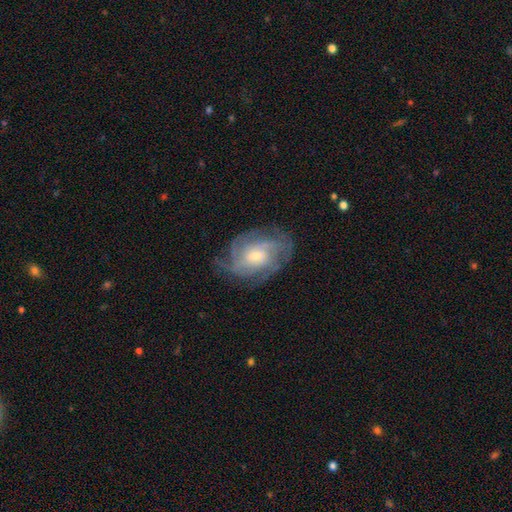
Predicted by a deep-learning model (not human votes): smooth-or-featured: featured or disk: 82% | smooth: 11% | star or artifact: 6%
  disk-edge-on: no: 97% | yes: 3%
    bar: no: 64% | weak: 31% | strong: 6%
    has-spiral-arms: yes: 95% | no: 5%
      spiral-winding: tight: 56% | medium: 35% | loose: 9%
      spiral-arm-count: can't tell: 31% | 4: 22% | 3: 22% | 2: 13% | more than 4: 7% | 1: 5%
    bulge-size: small: 52% | moderate: 40% | large: 4% | none: 2% | dominant: 1%
  merging: none: 73% | minor disturbance: 18% | major disturbance: 8% | merger: 1%